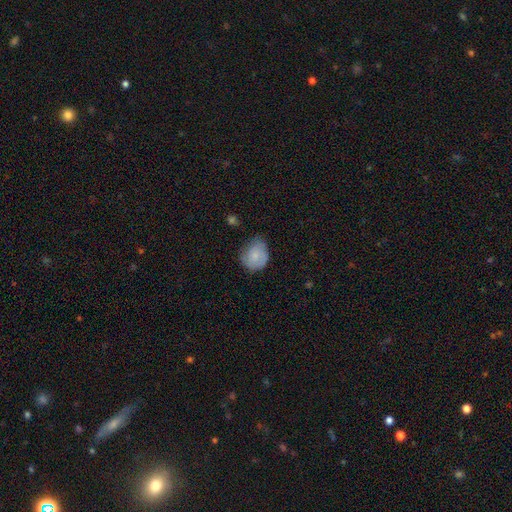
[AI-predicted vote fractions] The model was most divided on "merging": none: 50%, minor disturbance: 38%, major disturbance: 11%, merger: 2%. More confident: smooth or featured — smooth (72%); how rounded — round (61%).